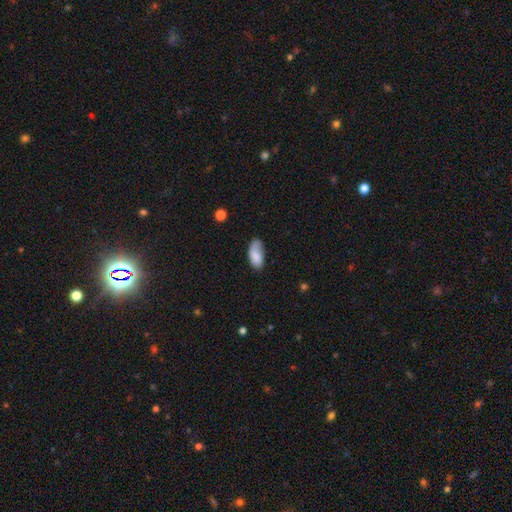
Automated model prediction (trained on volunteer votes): smooth_or_featured: smooth (p=0.80) [alt: featured or disk p=0.13]
how_rounded: in between (p=0.93) [alt: cigar-shaped p=0.04]
merging: none (p=0.54) [alt: minor disturbance p=0.32]